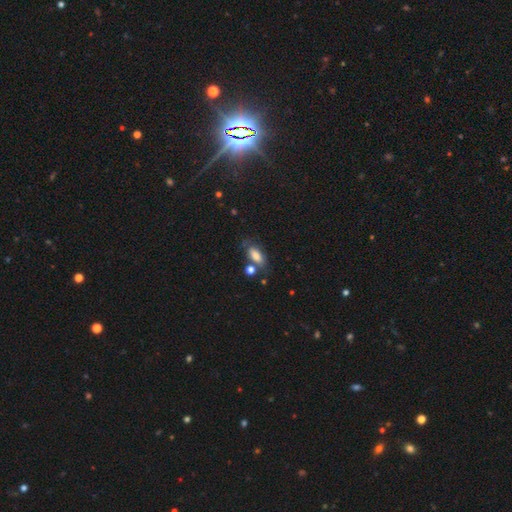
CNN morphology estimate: A smooth galaxy with no disk features (77%) that is in between round and cigar-shaped (83%). Merging: none (61%).